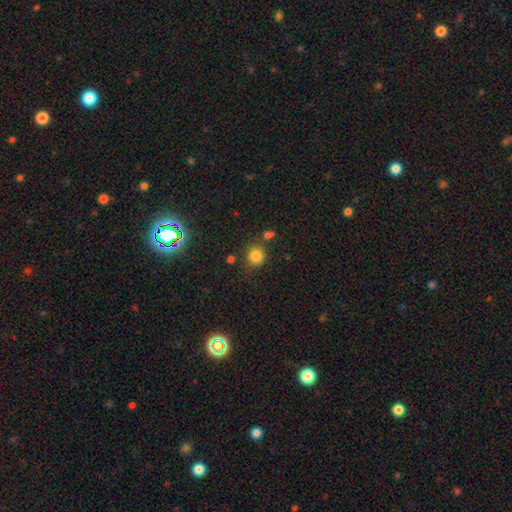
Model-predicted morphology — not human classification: smooth_or_featured: smooth (p=0.81) [alt: star or artifact p=0.14]
how_rounded: round (p=0.85) [alt: in between p=0.14]
merging: none (p=0.75) [alt: minor disturbance p=0.12]